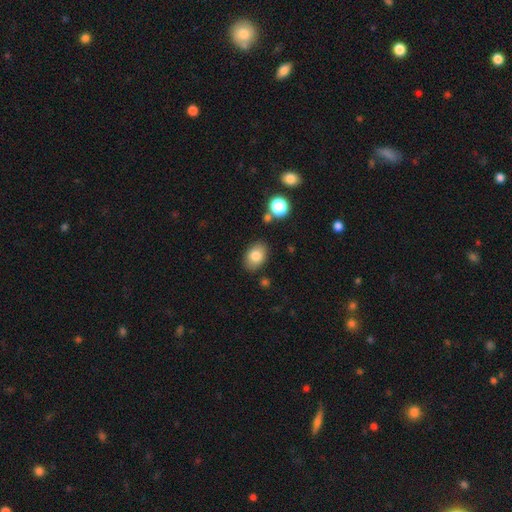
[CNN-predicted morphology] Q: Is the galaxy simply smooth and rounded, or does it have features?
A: smooth — 82%.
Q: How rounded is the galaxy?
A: in between — 81%.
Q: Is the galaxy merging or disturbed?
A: none — 84%.